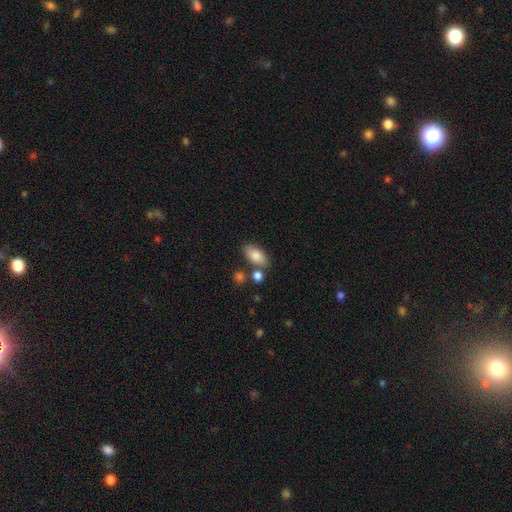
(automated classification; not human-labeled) This is clearly a smooth galaxy (82%). How rounded: clearly in between (90%). Merging: likely none (72%).